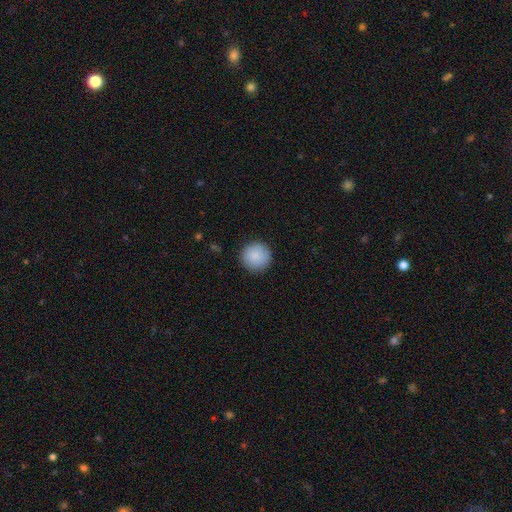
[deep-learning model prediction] A smooth galaxy with no disk features (89%) that is round (96%).

Vote fractions:
- Smooth or featured? smooth: 89% / star or artifact: 7% / featured or disk: 4%
- How rounded? round: 96% / in between: 3% / cigar-shaped: 1%
- Merging? none: 91% / minor disturbance: 6% / major disturbance: 2% / merger: 1%